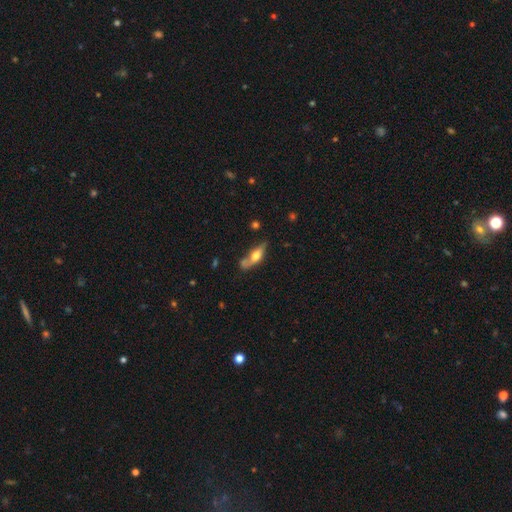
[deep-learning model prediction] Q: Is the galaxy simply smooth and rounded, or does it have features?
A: smooth — 47%.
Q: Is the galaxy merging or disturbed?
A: none — 50%.